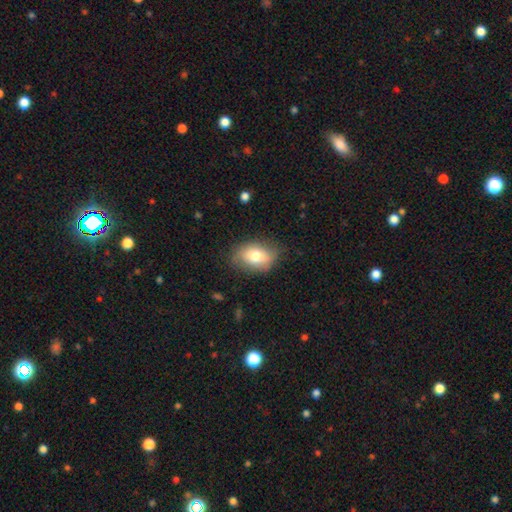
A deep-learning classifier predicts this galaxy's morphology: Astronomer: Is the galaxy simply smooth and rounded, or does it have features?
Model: smooth — 72%.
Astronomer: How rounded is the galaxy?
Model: in between — 80%.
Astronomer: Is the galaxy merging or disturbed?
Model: none — 75%.